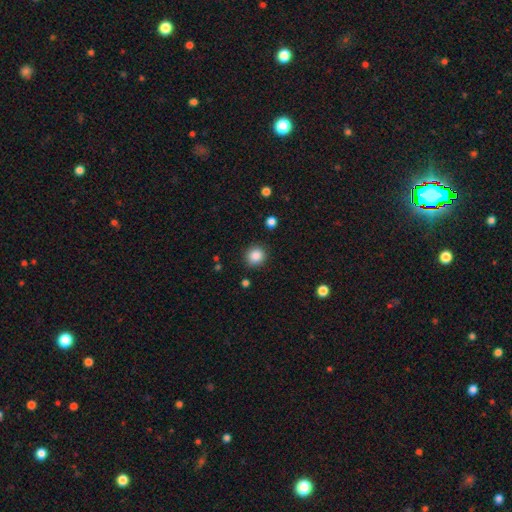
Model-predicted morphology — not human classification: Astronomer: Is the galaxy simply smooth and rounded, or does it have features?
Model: smooth — 86%.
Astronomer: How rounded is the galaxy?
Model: round — 88%.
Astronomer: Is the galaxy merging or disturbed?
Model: none — 87%.